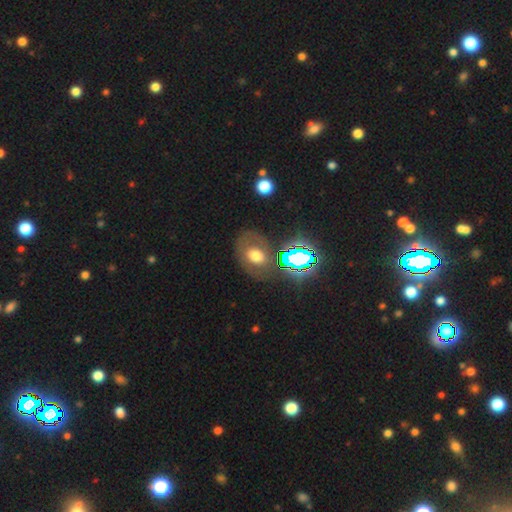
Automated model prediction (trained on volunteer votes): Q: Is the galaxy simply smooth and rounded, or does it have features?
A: smooth — 49%.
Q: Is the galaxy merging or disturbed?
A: none — 70%.